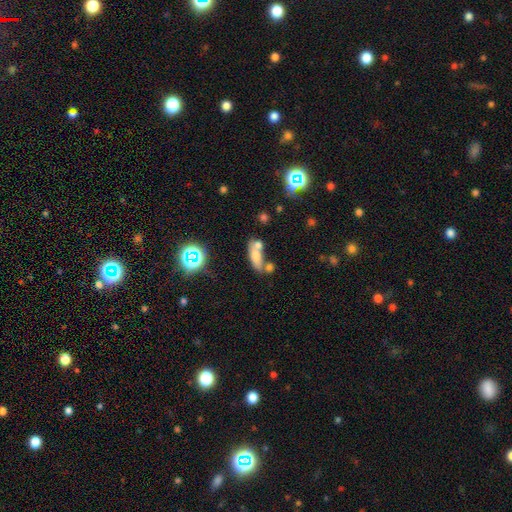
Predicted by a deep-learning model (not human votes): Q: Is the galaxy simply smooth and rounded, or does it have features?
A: smooth — 63%.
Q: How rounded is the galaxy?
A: in between — 64%.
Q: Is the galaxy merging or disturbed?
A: merger — 43%.